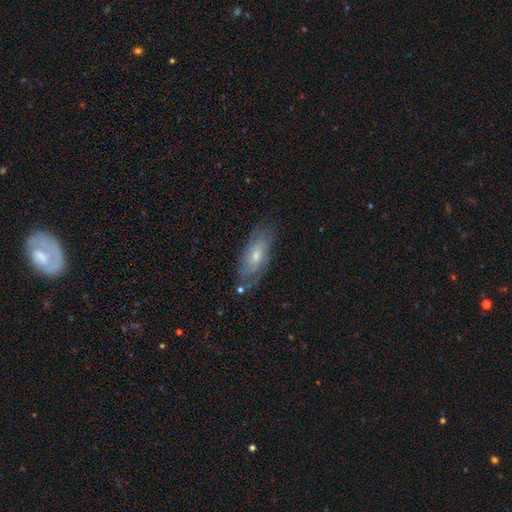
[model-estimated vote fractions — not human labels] This is possibly a featured or disk galaxy (54%). It is clearly not viewed edge-on (83%). Merging: likely none (70%).